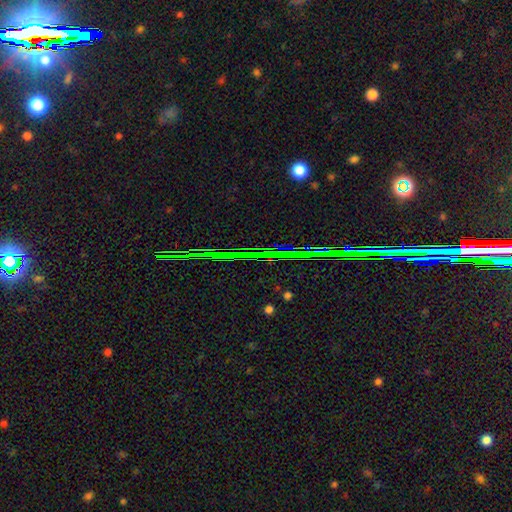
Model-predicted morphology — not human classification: type=star or artifact (84%).